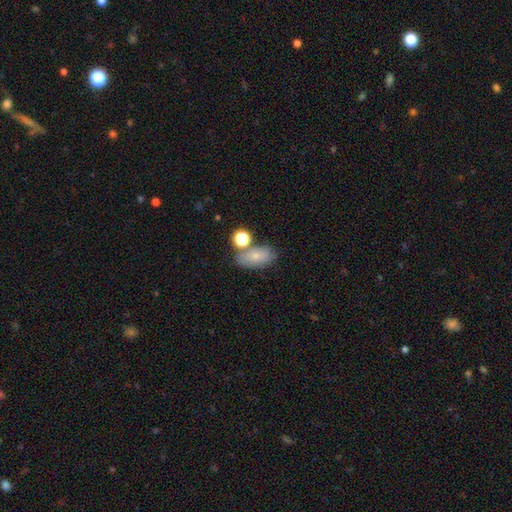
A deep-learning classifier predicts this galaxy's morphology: smooth_or_featured: smooth (p=0.74) [alt: featured or disk p=0.15]
how_rounded: in between (p=0.85) [alt: round p=0.11]
merging: none (p=0.60) [alt: merger p=0.18]